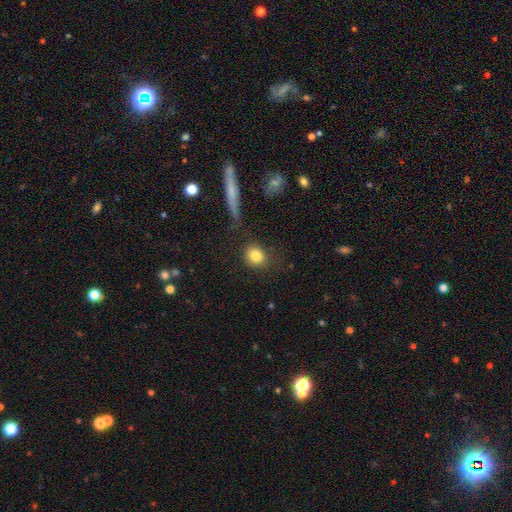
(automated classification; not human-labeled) Q: Smooth or featured?
A: smooth (83%); runner-up: star or artifact (9%)
Q: How rounded?
A: round (79%); runner-up: in between (19%)
Q: Merging?
A: none (80%); runner-up: minor disturbance (11%)